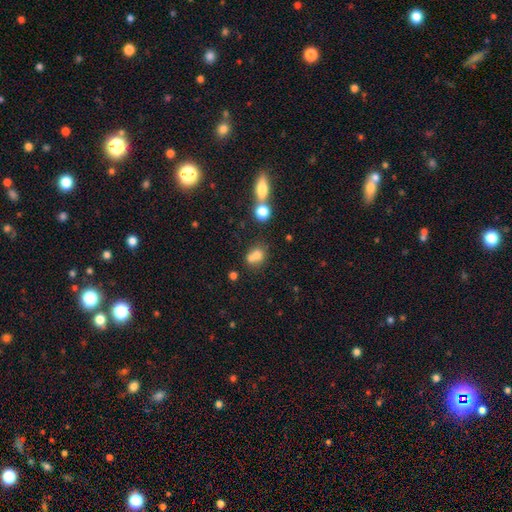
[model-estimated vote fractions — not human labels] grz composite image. It shows a smooth galaxy with no disk features (72%) that is round (66%). Merging: merger (49%).